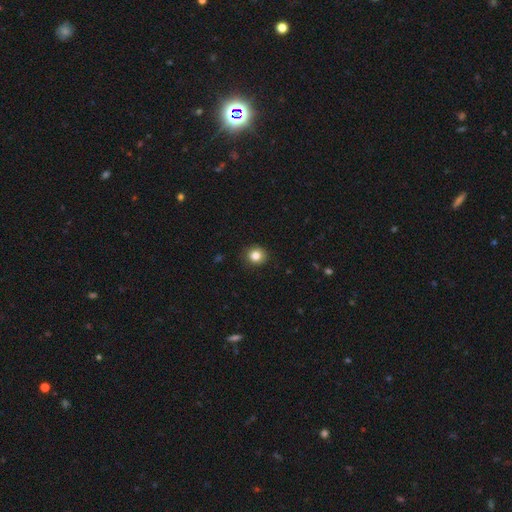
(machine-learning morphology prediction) A smooth galaxy with no disk features (83%) that is round (89%).

Vote fractions:
- Smooth or featured? smooth: 83% / star or artifact: 11% / featured or disk: 6%
- How rounded? round: 89% / in between: 10% / cigar-shaped: 1%
- Merging? none: 90% / minor disturbance: 7% / major disturbance: 2% / merger: 1%